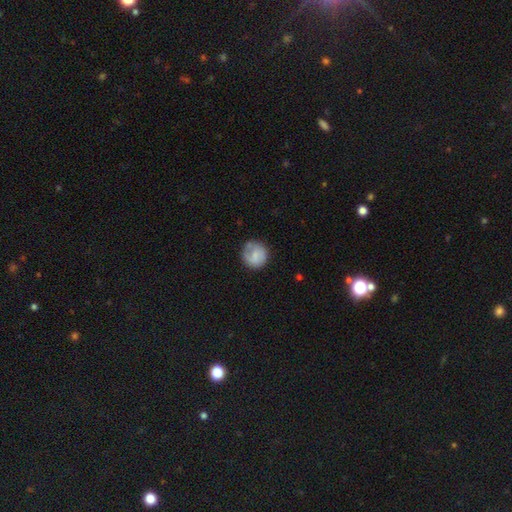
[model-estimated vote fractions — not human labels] Morphology: type=smooth (68%); roundness=round (88%); merging=none (68%).